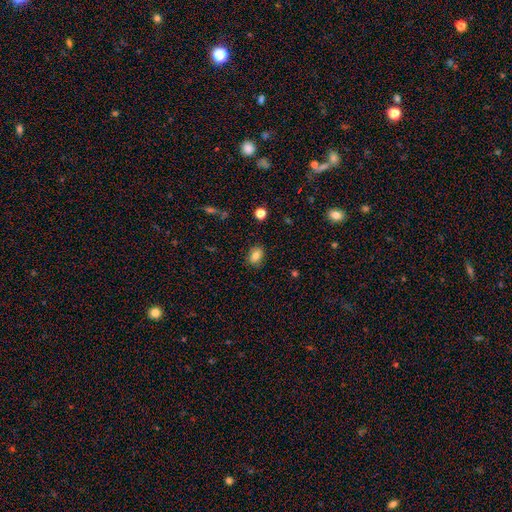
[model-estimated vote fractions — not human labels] A smooth galaxy with no disk features (80%) that is in between round and cigar-shaped (75%). Merging: none (84%).